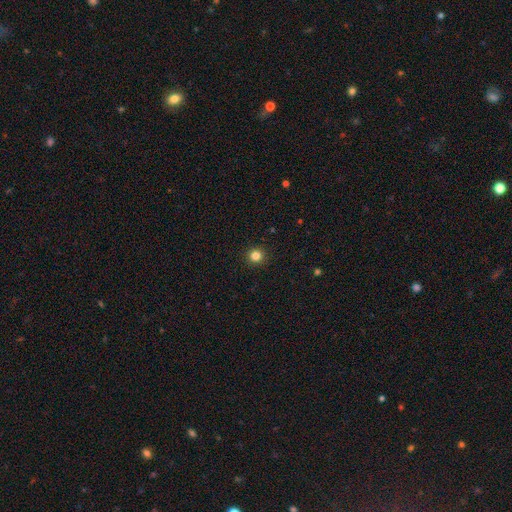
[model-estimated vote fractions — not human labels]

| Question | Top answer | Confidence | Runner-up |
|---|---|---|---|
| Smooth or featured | smooth | 82% | star or artifact (13%) |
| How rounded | round | 95% | in between (4%) |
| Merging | none | 93% | minor disturbance (4%) |